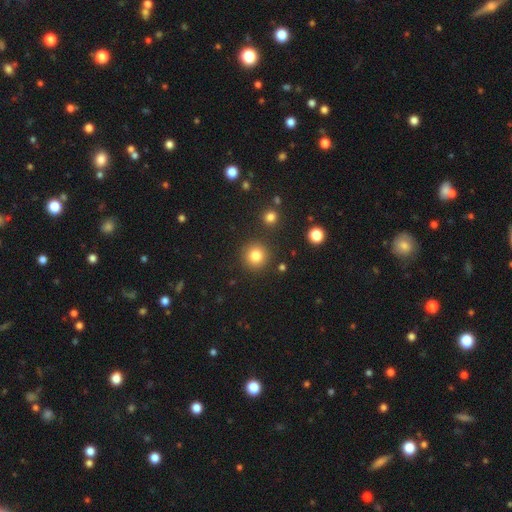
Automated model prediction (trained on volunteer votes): Overall: smooth (82%). How rounded: round (94%). Merging: none (88%).